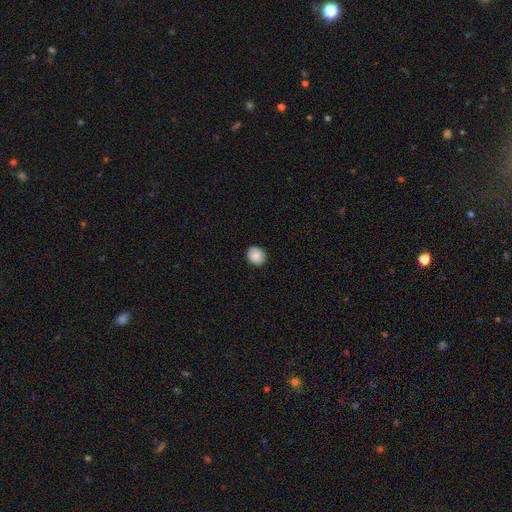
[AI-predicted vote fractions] Smooth or featured?
  - smooth: 85% *
  - star or artifact: 8%
  - featured or disk: 7%
How rounded?
  - round: 80% *
  - in between: 19%
  - cigar-shaped: 1%
Merging?
  - none: 88% *
  - minor disturbance: 9%
  - major disturbance: 2%
  - merger: 1%